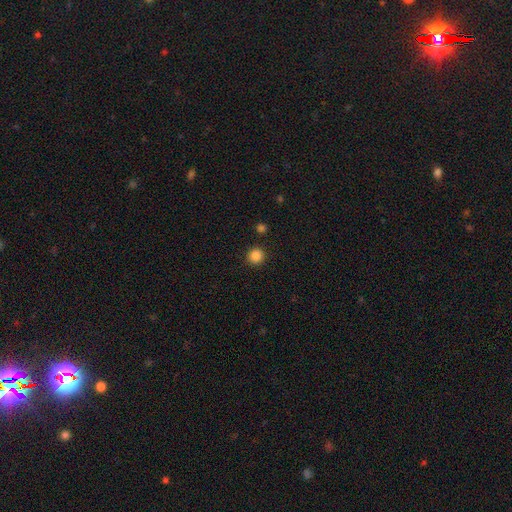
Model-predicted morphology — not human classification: This appears to be a smooth galaxy with no disk features (85%) that is round (94%). Merging: none (91%).